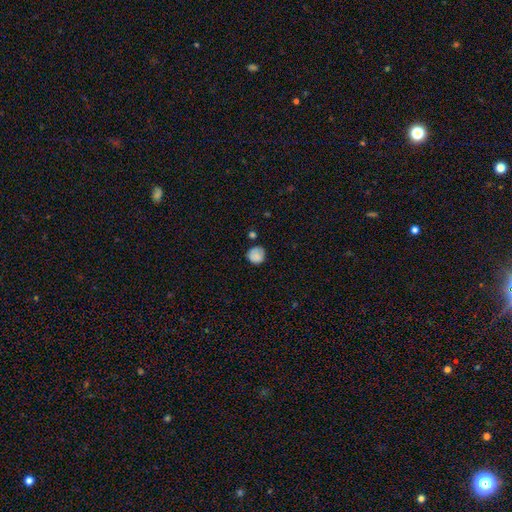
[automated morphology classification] A smooth galaxy with no disk features (82%) that is round (89%).

Vote fractions:
- Smooth or featured? smooth: 82% / star or artifact: 9% / featured or disk: 8%
- How rounded? round: 89% / in between: 10% / cigar-shaped: 1%
- Merging? none: 73% / minor disturbance: 19% / major disturbance: 4% / merger: 4%